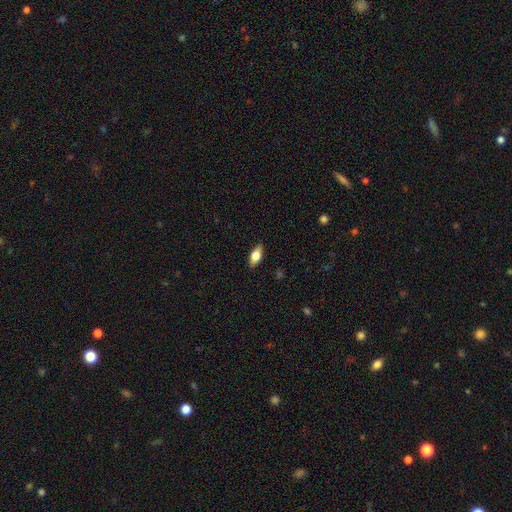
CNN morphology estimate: Overall: smooth (70%). How rounded: in between (84%). Merging: none (87%).